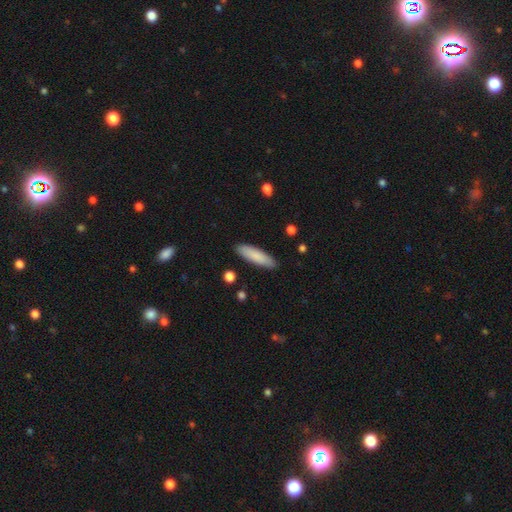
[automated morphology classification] smooth-or-featured: smooth: 84% | featured or disk: 10% | star or artifact: 6%
  how-rounded: cigar-shaped: 64% | in between: 34% | round: 1%
  merging: none: 89% | minor disturbance: 8% | major disturbance: 2% | merger: 1%